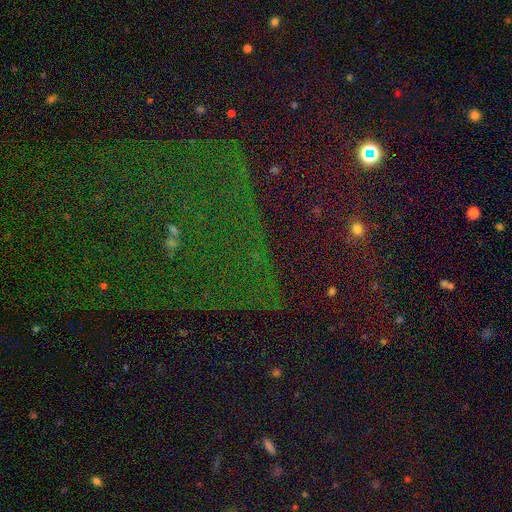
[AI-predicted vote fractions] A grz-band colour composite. It shows a star or artifact, not a galaxy (72%).